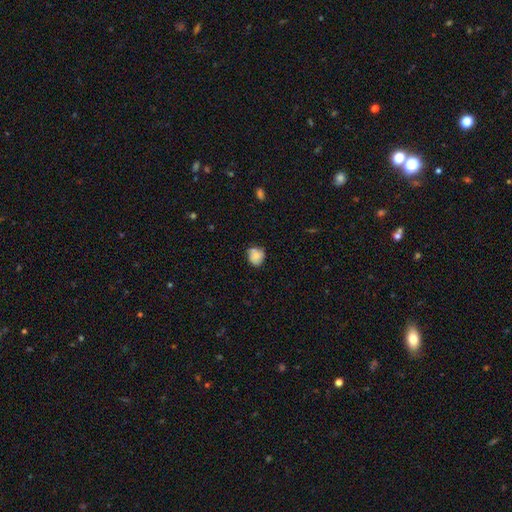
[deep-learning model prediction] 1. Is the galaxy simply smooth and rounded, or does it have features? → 70% smooth, 21% featured or disk, 9% star or artifact.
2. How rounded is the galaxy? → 62% round, 37% in between, 1% cigar-shaped.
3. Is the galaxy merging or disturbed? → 55% none, 30% minor disturbance, 8% merger, 7% major disturbance.